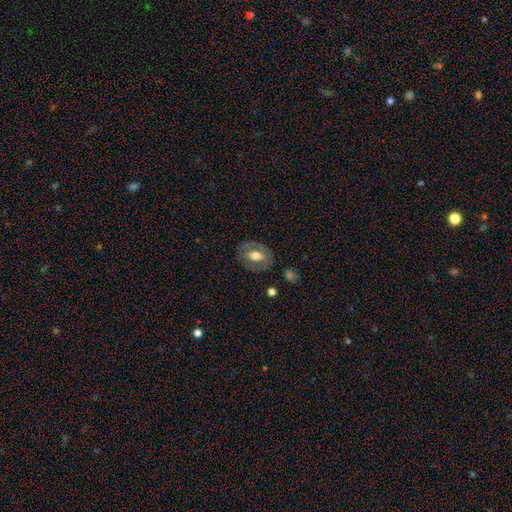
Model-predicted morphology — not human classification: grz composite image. It shows a smooth galaxy with no disk features (48%). Merging: none (78%).